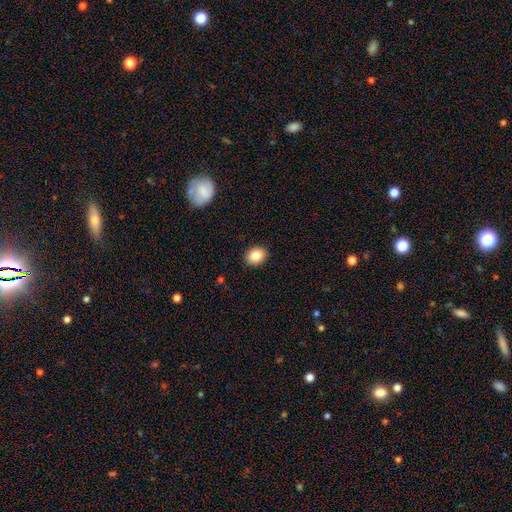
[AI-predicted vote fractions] Smooth or featured? Predicted: smooth (p=0.84). How rounded? Predicted: in between (p=0.54). Merging? Predicted: none (p=0.90).